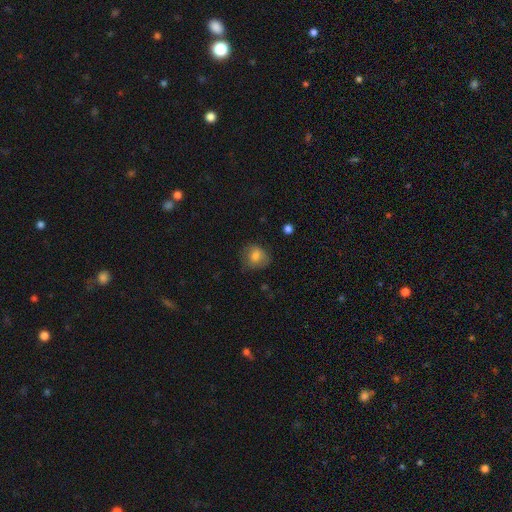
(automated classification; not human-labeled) Q: Smooth or featured?
A: smooth (75%); runner-up: featured or disk (15%)
Q: How rounded?
A: round (68%); runner-up: in between (31%)
Q: Merging?
A: none (63%); runner-up: minor disturbance (25%)